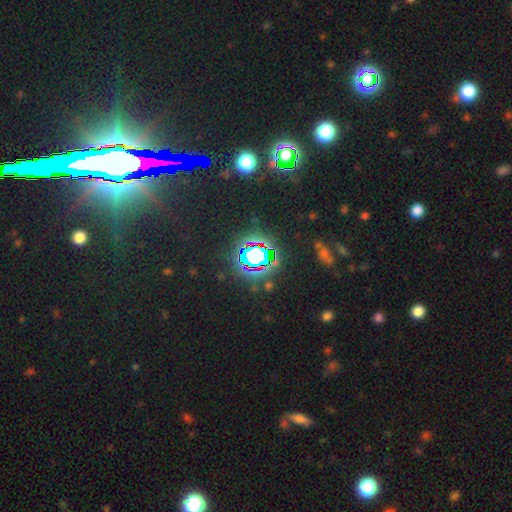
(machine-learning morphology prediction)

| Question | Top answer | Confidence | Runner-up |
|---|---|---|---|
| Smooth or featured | star or artifact | 71% | smooth (17%) |